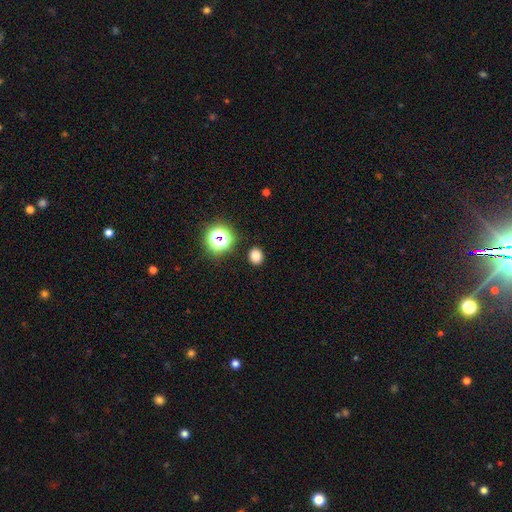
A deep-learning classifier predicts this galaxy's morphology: Smooth or featured? smooth (77%)
How rounded? round (66%)
Merging? none (89%)